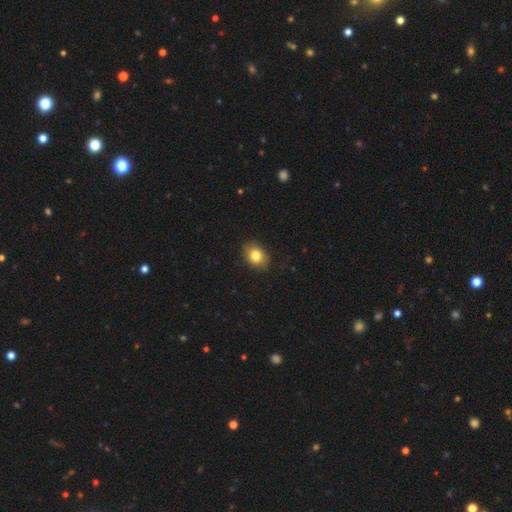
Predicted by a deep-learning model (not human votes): A smooth galaxy with no disk features (81%) that is in between round and cigar-shaped (63%). Merging: none (86%).